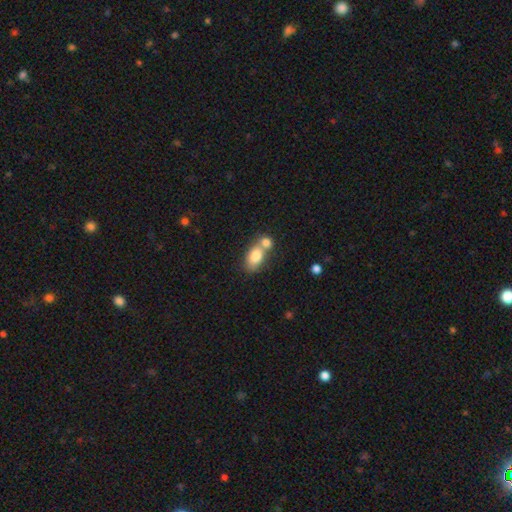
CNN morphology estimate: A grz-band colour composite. It shows a smooth galaxy with no disk features (79%) that is in between round and cigar-shaped (83%). Merging: merger (57%).